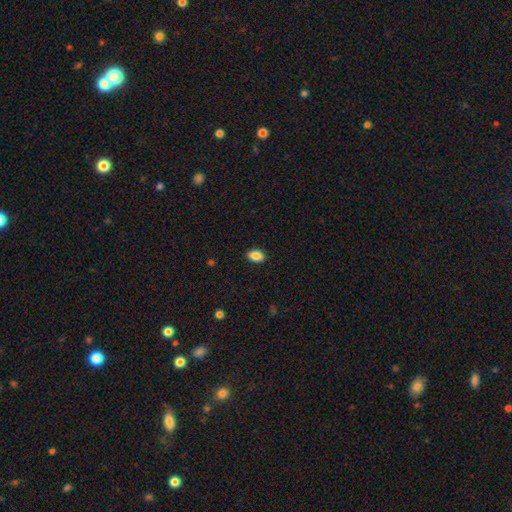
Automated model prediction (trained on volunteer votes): Smooth or featured? smooth (88%)
How rounded? in between (89%)
Merging? none (90%)